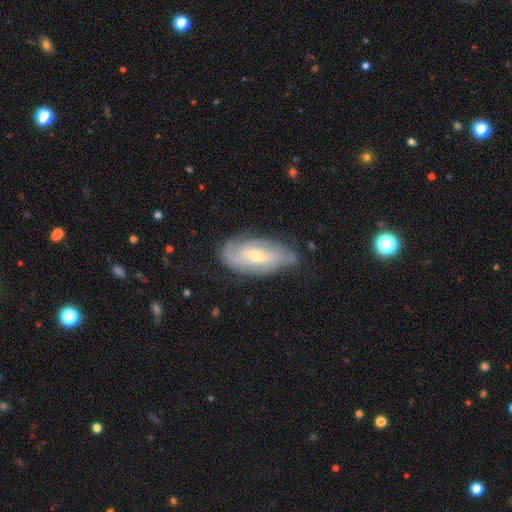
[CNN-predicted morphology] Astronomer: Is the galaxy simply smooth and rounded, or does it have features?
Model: featured or disk — 78%.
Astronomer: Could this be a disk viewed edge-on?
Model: no — 92%.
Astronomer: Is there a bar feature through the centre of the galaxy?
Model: no — 57% (runner-up: weak, 33%).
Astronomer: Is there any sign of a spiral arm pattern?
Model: yes — 91%.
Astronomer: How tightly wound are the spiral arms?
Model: tight — 56% (runner-up: medium, 33%).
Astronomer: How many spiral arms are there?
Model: can't tell — 36% (runner-up: 2, 31%).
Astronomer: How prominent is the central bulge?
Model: small — 52% (runner-up: moderate, 45%).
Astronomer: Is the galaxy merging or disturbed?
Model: none — 69%.